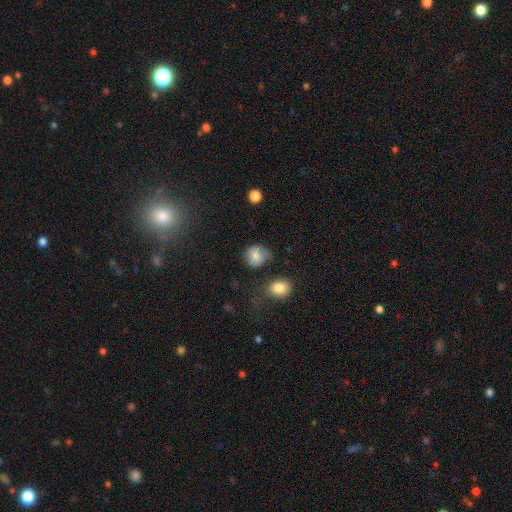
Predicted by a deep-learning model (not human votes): The model was most divided on "merging": none: 60%, minor disturbance: 25%, major disturbance: 11%, merger: 5%. More confident: how rounded — round (76%); smooth or featured — smooth (75%).